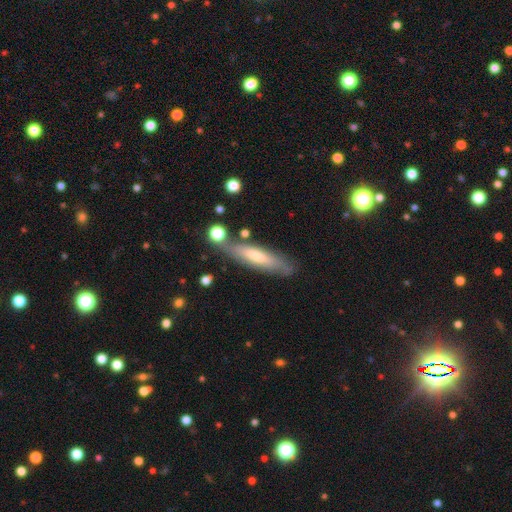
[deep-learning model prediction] A smooth galaxy with no disk features (52%) that is cigar-shaped (78%). Merging: none (72%).